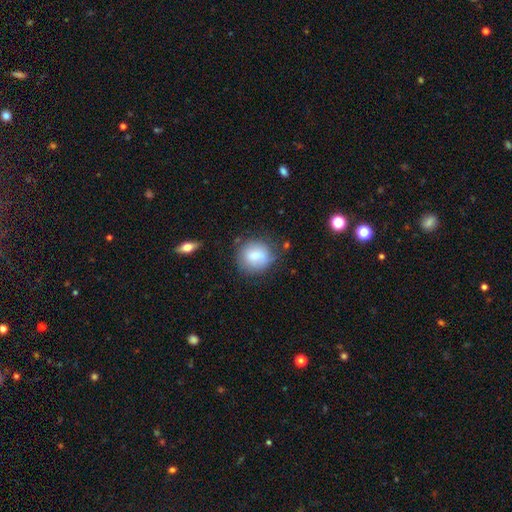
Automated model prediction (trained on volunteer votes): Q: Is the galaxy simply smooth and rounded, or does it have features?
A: smooth — 80%.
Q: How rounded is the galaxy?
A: round — 81%.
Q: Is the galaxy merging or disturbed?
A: none — 70%.